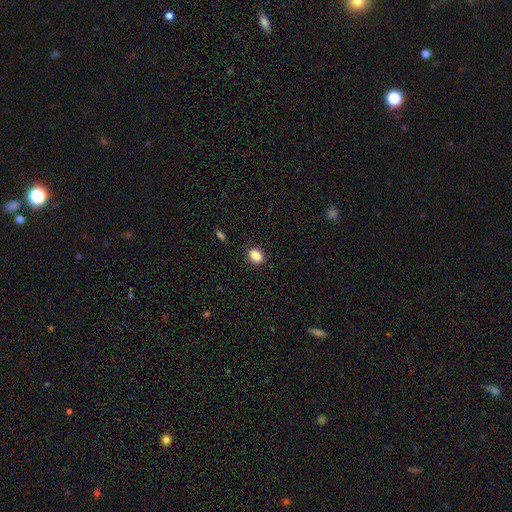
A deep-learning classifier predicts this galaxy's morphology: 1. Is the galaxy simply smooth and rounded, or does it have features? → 87% smooth, 9% star or artifact, 4% featured or disk.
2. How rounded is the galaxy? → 62% in between, 36% round, 1% cigar-shaped.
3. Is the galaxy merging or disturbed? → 88% none, 8% minor disturbance, 2% major disturbance, 1% merger.